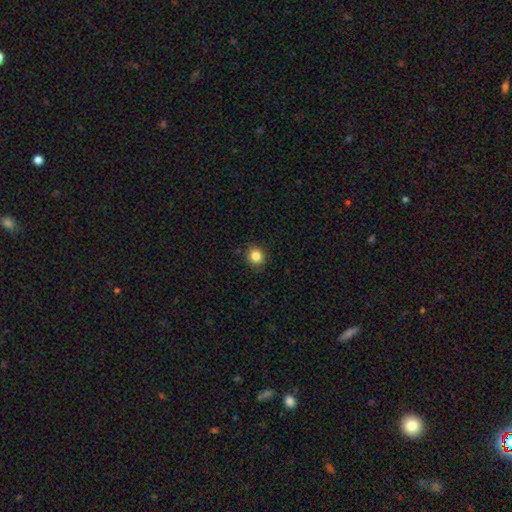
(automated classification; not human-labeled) Smooth or featured? smooth (84%)
How rounded? round (79%)
Merging? none (89%)